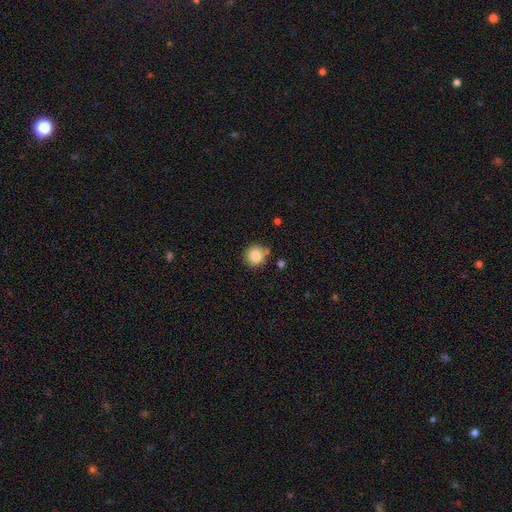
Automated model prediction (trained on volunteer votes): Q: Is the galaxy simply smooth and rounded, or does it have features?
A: smooth — 84%.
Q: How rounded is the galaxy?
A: round — 93%.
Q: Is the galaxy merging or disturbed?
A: none — 79%.